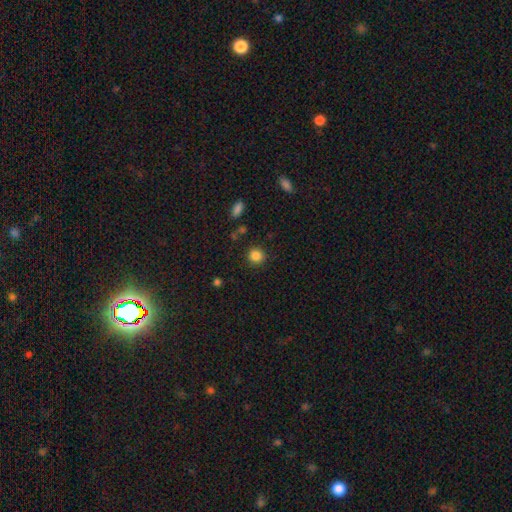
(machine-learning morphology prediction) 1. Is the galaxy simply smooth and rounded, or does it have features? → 85% smooth, 11% star or artifact, 4% featured or disk.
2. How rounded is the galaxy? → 89% round, 10% in between, 1% cigar-shaped.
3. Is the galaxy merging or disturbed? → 87% none, 8% minor disturbance, 3% major disturbance, 2% merger.